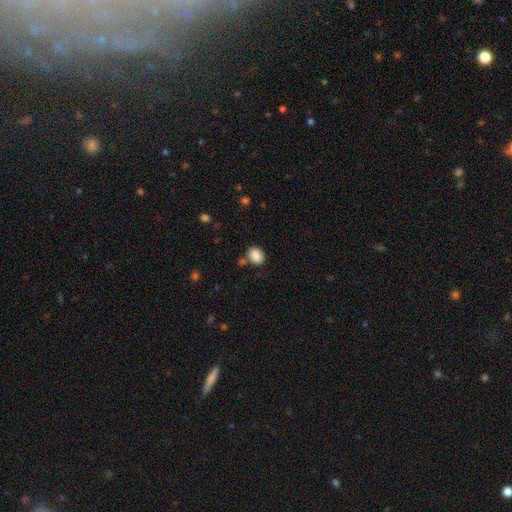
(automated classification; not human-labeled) A smooth galaxy with no disk features (88%) that is round (51%). Merging: none (77%).